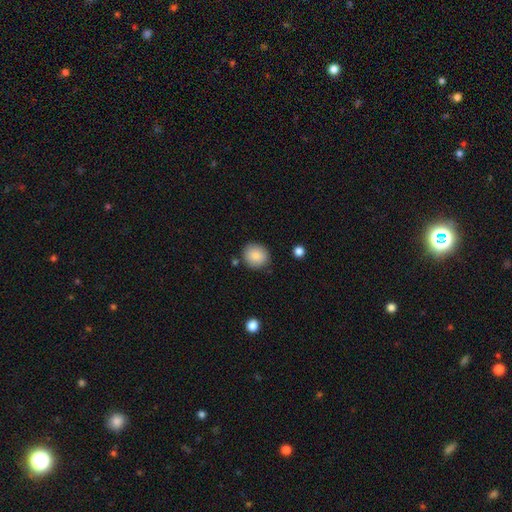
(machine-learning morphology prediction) Smooth or featured: smooth — 86% (star or artifact — 8%)
How rounded: round — 84% (in between — 15%)
Merging: none — 84% (minor disturbance — 10%)